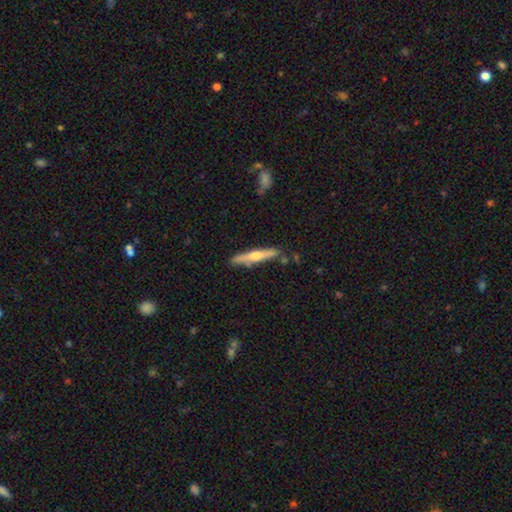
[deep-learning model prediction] Morphology: type=featured or disk (59%); edge-on=yes (96%); edge-on bulge=rounded (88%); merging=none (83%).